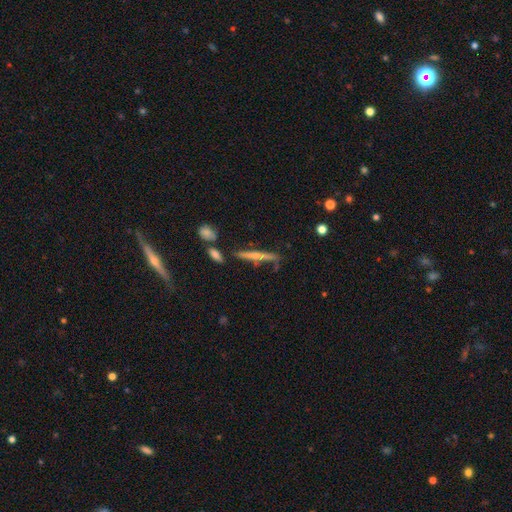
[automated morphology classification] Q: Smooth or featured?
A: featured or disk (53%); runner-up: smooth (40%)
Q: Edge-on disk?
A: yes (95%); runner-up: no (5%)
Q: Merging?
A: none (73%); runner-up: minor disturbance (15%)